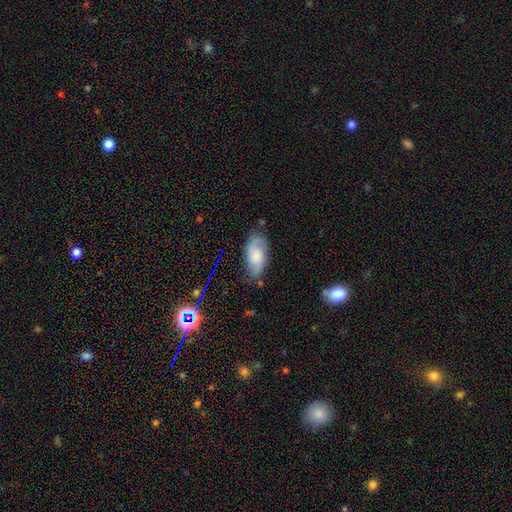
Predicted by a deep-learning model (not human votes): featured or disk 47%, smooth 45%, star or artifact 8%. Down the decision tree: merging — none (68%).